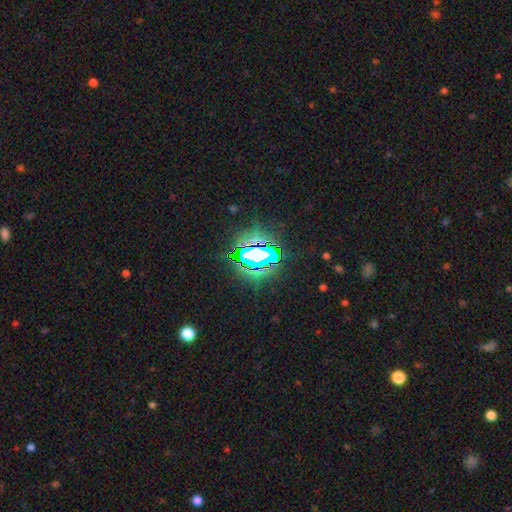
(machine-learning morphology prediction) Q: Smooth or featured?
A: star or artifact (75%); runner-up: smooth (14%)